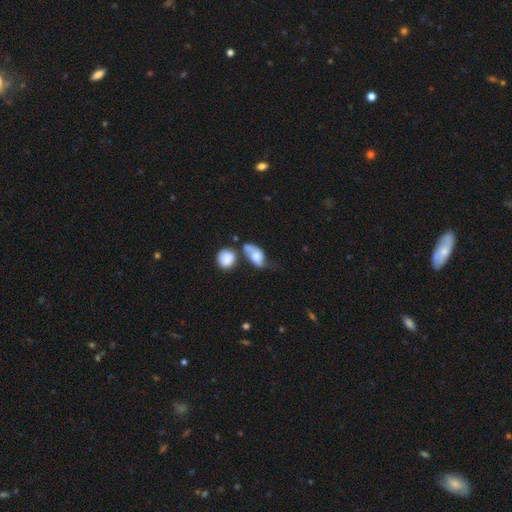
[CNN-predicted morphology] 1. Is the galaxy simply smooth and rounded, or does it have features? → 58% smooth, 34% featured or disk, 8% star or artifact.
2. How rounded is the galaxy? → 80% in between, 16% round, 5% cigar-shaped.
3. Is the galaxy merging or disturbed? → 35% merger, 26% none, 21% minor disturbance, 18% major disturbance.